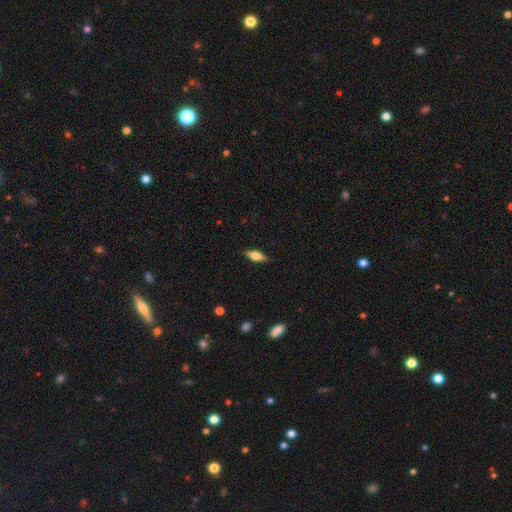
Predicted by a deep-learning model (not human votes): Smooth or featured: smooth — 69% (featured or disk — 24%)
How rounded: in between — 61% (cigar-shaped — 36%)
Merging: none — 87% (minor disturbance — 10%)